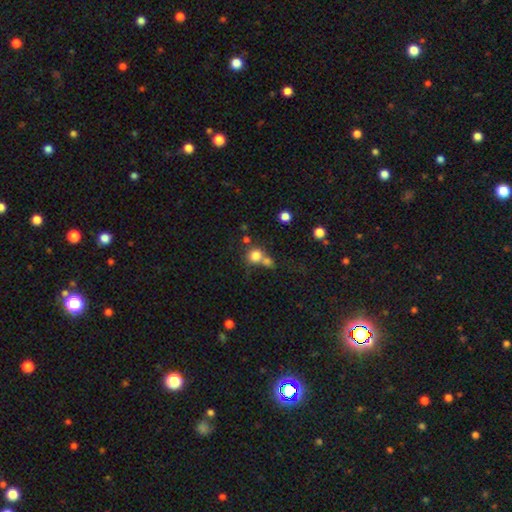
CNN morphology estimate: A smooth galaxy with no disk features (78%) that is round (82%).

Vote fractions:
- Smooth or featured? smooth: 78% / star or artifact: 12% / featured or disk: 9%
- How rounded? round: 82% / in between: 17% / cigar-shaped: 1%
- Merging? merger: 46% / none: 41% / minor disturbance: 8% / major disturbance: 5%